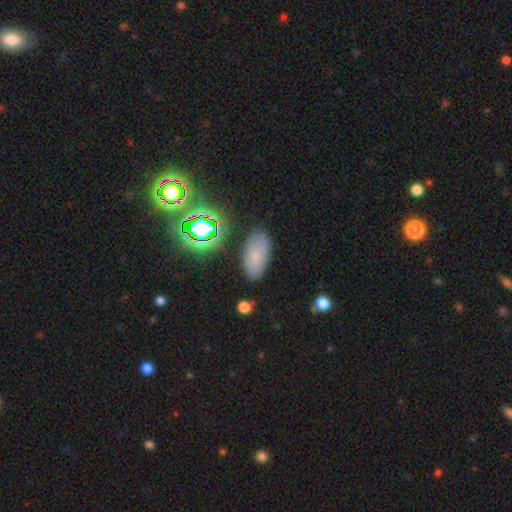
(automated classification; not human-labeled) This is likely a smooth galaxy (66%). How rounded: clearly in between (91%). Merging: clearly none (82%).